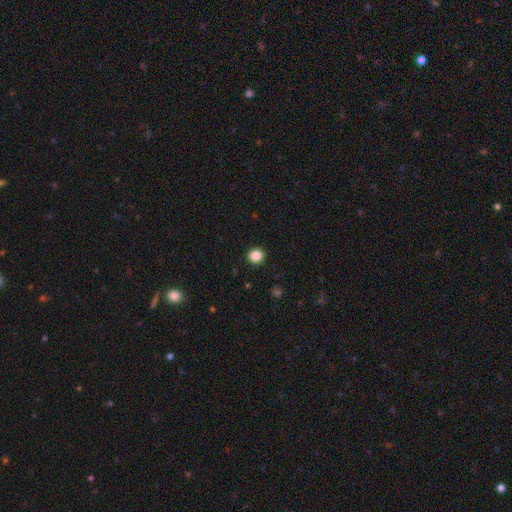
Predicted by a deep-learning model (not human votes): This appears to be a smooth galaxy with no disk features (86%) that is round (88%). Merging: none (92%).